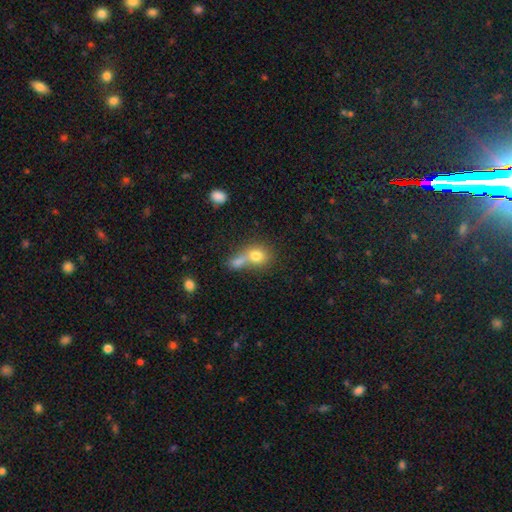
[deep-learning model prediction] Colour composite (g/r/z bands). It shows a smooth galaxy with no disk features (78%) that is round (62%). Merging: merger (59%).